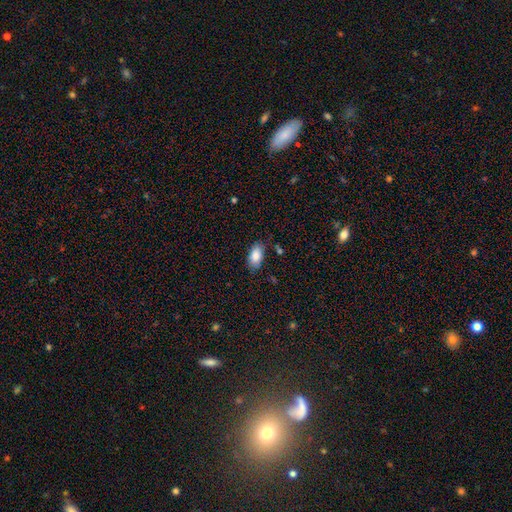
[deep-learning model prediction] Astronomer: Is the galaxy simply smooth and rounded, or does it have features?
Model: smooth — 85%.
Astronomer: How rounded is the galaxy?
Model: in between — 93%.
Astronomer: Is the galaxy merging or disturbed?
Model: none — 78%.